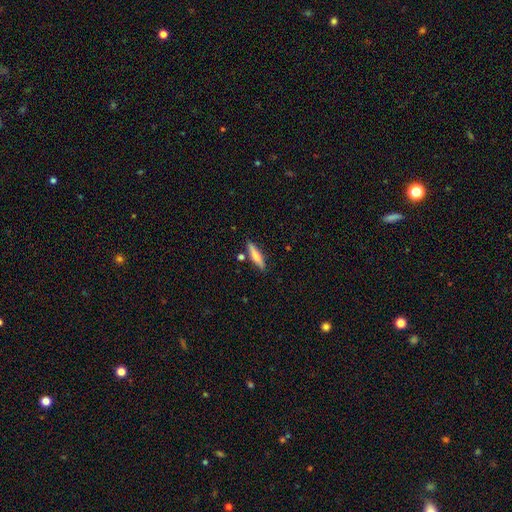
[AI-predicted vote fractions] Morphology: type=smooth (70%); roundness=cigar-shaped (79%); merging=none (80%).